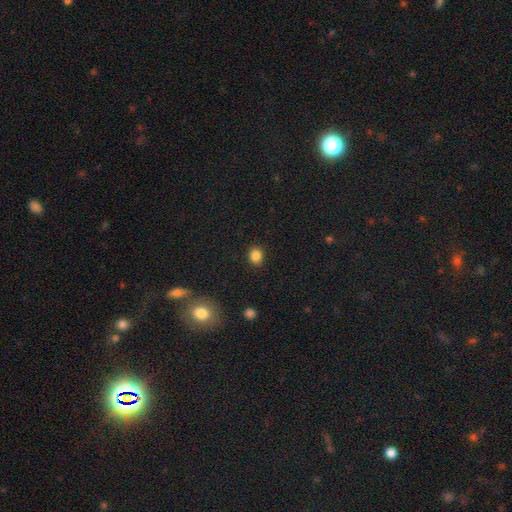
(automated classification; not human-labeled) A smooth galaxy with no disk features (84%) that is round (68%). Merging: none (89%).